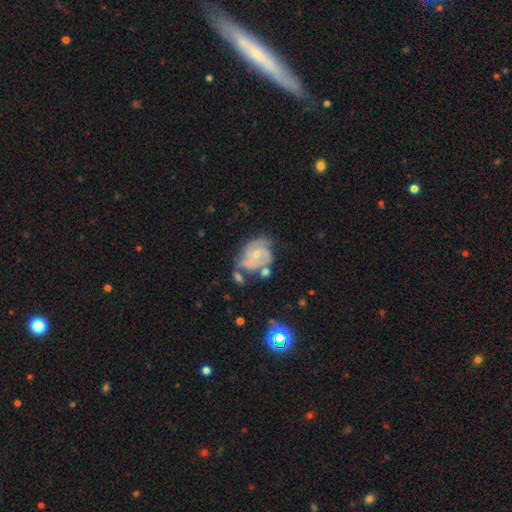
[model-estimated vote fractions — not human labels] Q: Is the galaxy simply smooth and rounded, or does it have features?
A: featured or disk — 76%.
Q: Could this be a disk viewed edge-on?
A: no — 98%.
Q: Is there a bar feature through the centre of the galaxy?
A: no — 59%.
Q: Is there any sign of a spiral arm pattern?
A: yes — 90%.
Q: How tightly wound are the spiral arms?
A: tight — 47%.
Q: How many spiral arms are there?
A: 2 — 37%.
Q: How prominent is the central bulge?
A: small — 61%.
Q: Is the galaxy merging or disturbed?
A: none — 44%.